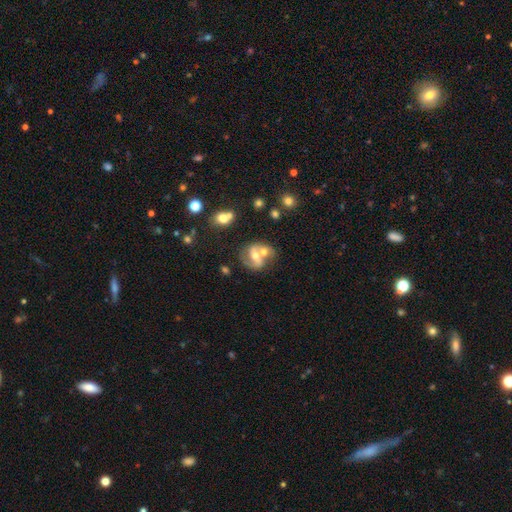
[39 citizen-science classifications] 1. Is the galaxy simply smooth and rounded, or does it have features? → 77% featured or disk, 21% smooth, 3% star or artifact.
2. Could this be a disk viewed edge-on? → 97% no, 3% yes.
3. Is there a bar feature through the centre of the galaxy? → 41% strong (tied), 41% no (tied), 17% weak.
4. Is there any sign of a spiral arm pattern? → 55% yes, 45% no.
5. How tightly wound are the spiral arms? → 44% medium, 38% loose, 19% tight.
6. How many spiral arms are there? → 81% 2, 19% 1, 0% 3, 0% 4, 0% more than 4, 0% can't tell.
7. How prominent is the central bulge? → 66% moderate, 21% small, 10% large, 3% dominant, 0% none.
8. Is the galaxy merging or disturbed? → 68% merger, 18% none, 8% minor disturbance, 5% major disturbance.